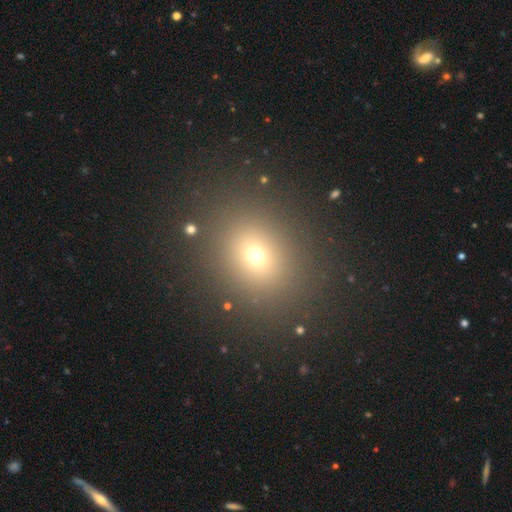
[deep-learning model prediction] This is likely a smooth galaxy (66%). How rounded: likely round (68%). Merging: clearly none (87%).